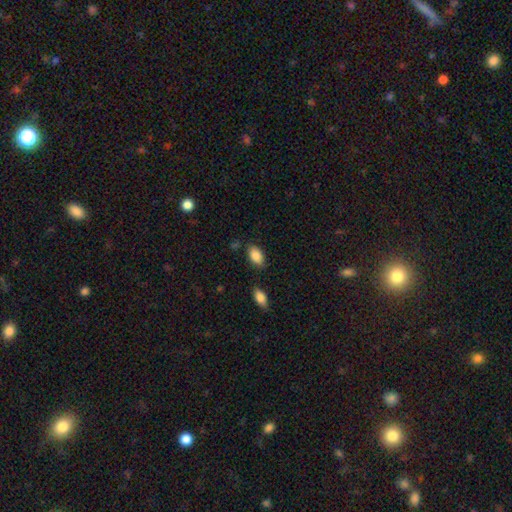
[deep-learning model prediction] Morphology: type=smooth (88%); roundness=in between (92%); merging=none (80%).